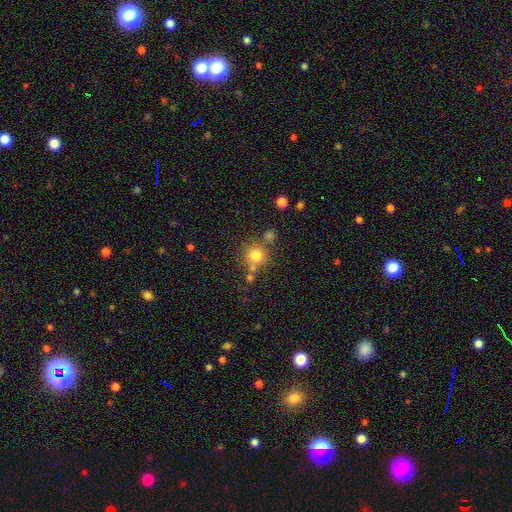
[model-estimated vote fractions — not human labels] smooth_or_featured: smooth (p=0.77) [alt: star or artifact p=0.13]
how_rounded: round (p=0.91) [alt: in between p=0.08]
merging: none (p=0.65) [alt: merger p=0.19]